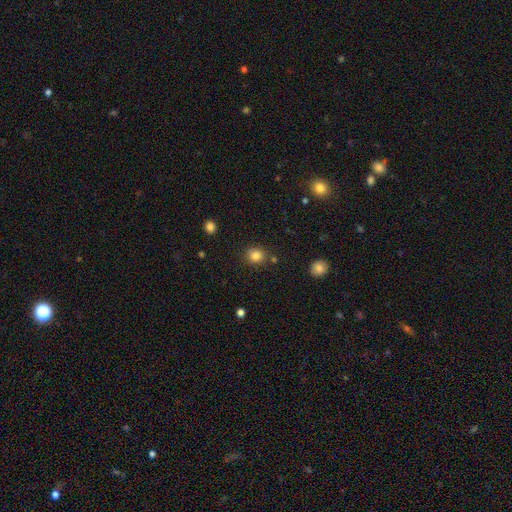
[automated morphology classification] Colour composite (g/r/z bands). It shows a smooth galaxy with no disk features (83%) that is round (80%). Merging: none (81%).